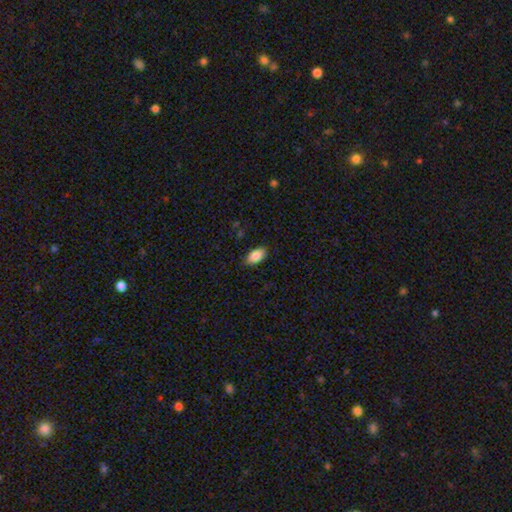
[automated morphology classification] Q: Smooth or featured?
A: smooth (86%); runner-up: star or artifact (7%)
Q: How rounded?
A: in between (93%); runner-up: round (4%)
Q: Merging?
A: none (85%); runner-up: minor disturbance (12%)